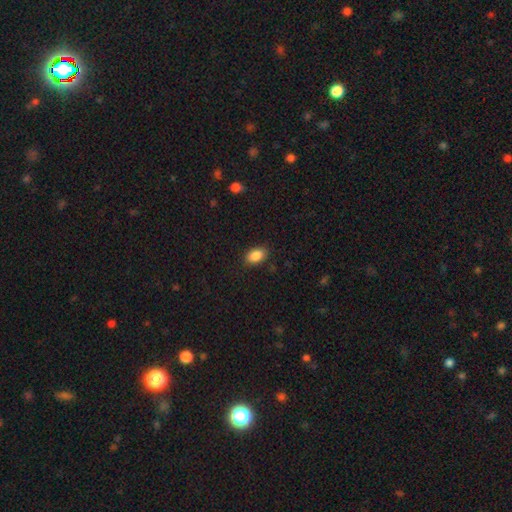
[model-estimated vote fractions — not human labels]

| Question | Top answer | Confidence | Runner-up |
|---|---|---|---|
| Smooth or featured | smooth | 88% | star or artifact (8%) |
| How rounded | in between | 89% | round (10%) |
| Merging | none | 87% | minor disturbance (9%) |